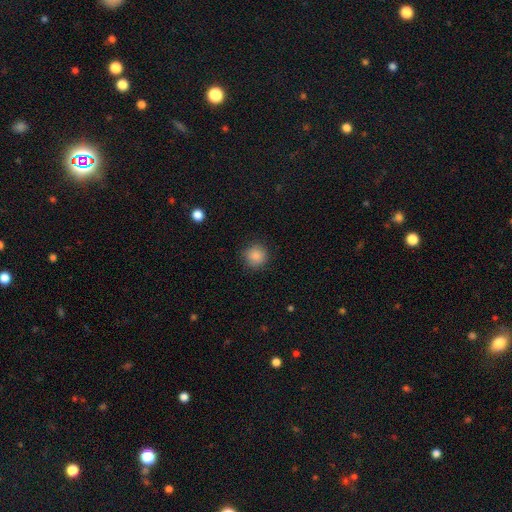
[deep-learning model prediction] The model was most divided on "smooth or featured": smooth: 87%, star or artifact: 10%, featured or disk: 4%. More confident: how rounded — round (93%); merging — none (88%).